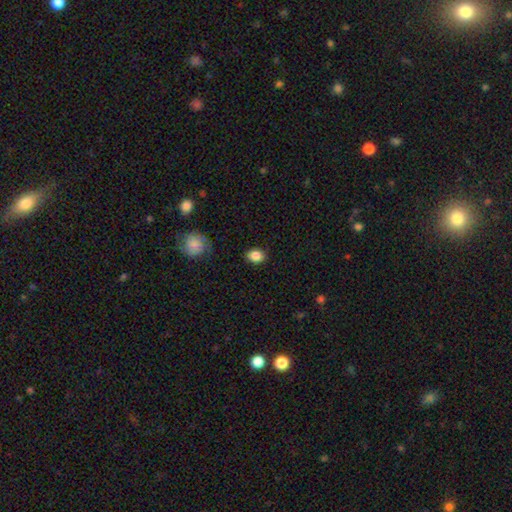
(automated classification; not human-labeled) Q: Smooth or featured?
A: smooth (86%); runner-up: star or artifact (9%)
Q: How rounded?
A: in between (52%); runner-up: round (47%)
Q: Merging?
A: none (86%); runner-up: minor disturbance (10%)